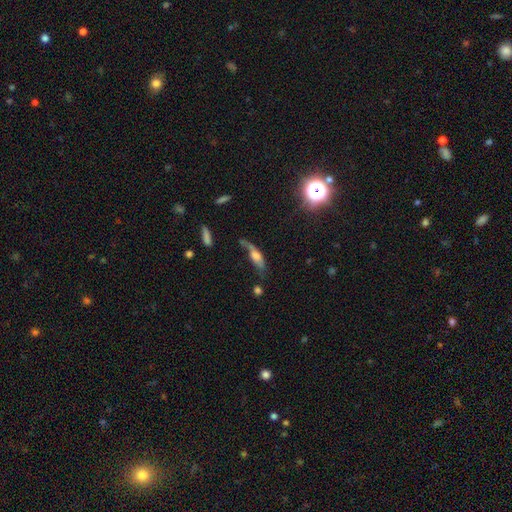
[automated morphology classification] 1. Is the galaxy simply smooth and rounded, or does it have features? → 48% smooth, 39% featured or disk, 13% star or artifact.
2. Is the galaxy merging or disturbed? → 34% major disturbance, 30% none, 25% minor disturbance, 11% merger.